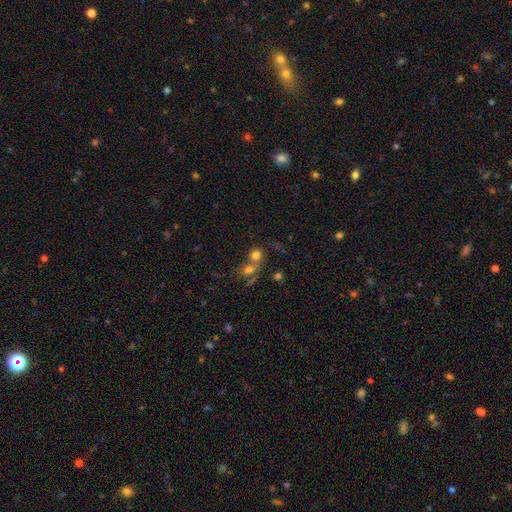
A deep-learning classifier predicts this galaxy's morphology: Smooth or featured: smooth — 73% (star or artifact — 15%)
How rounded: round — 73% (in between — 25%)
Merging: merger — 54% (none — 34%)